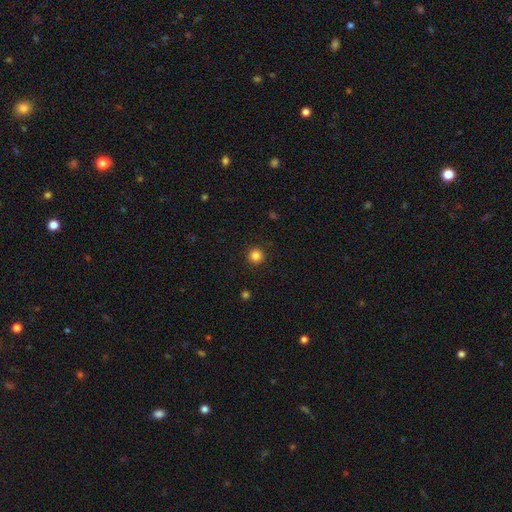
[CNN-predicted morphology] smooth-or-featured: smooth: 84% | star or artifact: 12% | featured or disk: 4%
  how-rounded: round: 96% | in between: 4% | cigar-shaped: 1%
  merging: none: 92% | minor disturbance: 5% | major disturbance: 2% | merger: 1%